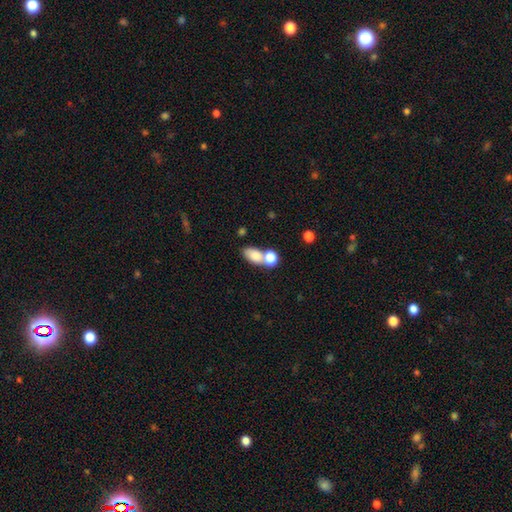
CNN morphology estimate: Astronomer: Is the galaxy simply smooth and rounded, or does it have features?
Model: smooth — 79%.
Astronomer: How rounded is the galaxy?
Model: in between — 85%.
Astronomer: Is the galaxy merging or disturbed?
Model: merger — 45% (runner-up: none, 40%).